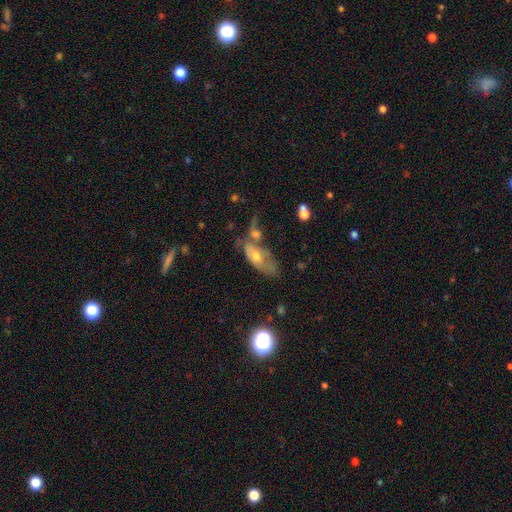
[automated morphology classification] The model was most divided on "smooth or featured": smooth: 45%, featured or disk: 43%, star or artifact: 12%. Remaining: merging — none (34%).